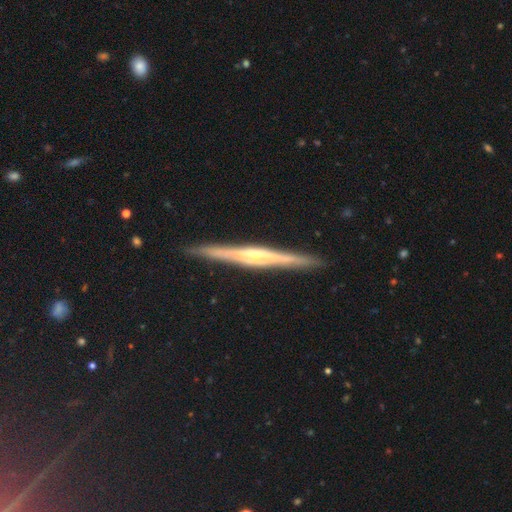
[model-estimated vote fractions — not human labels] smooth_or_featured: featured or disk (p=0.82) [alt: smooth p=0.13]
disk_edge_on: yes (p=0.98) [alt: no p=0.02]
edge_on_bulge: rounded (p=0.60) [alt: boxy p=0.20]
merging: none (p=0.92) [alt: minor disturbance p=0.06]